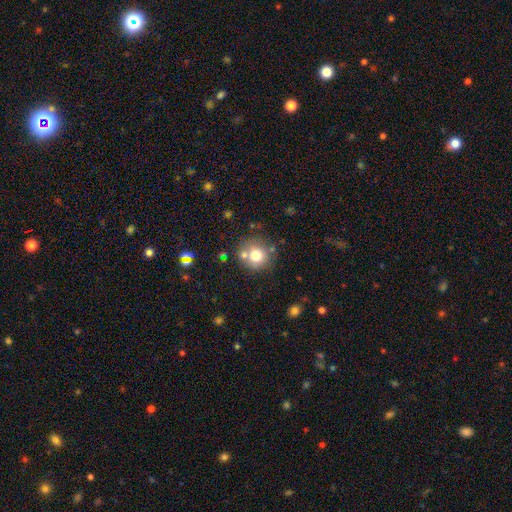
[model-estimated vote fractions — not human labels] Smooth or featured?
  - smooth: 74% *
  - featured or disk: 14%
  - star or artifact: 12%
How rounded?
  - round: 90% *
  - in between: 9%
  - cigar-shaped: 1%
Merging?
  - none: 68% *
  - merger: 16%
  - minor disturbance: 12%
  - major disturbance: 5%